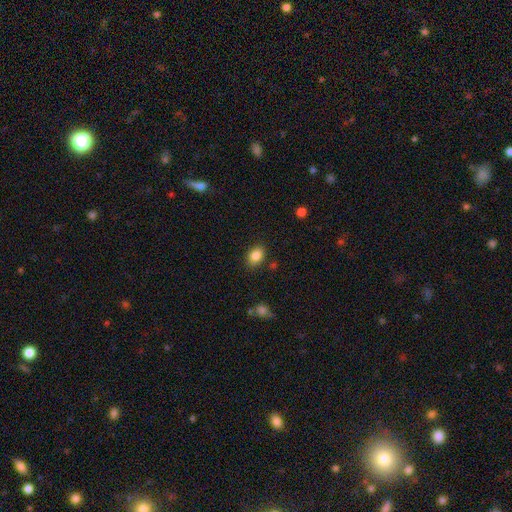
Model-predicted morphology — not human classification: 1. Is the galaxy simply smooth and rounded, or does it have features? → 85% smooth, 9% star or artifact, 6% featured or disk.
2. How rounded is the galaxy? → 78% in between, 20% round, 1% cigar-shaped.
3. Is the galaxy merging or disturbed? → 84% none, 11% minor disturbance, 3% major disturbance, 2% merger.